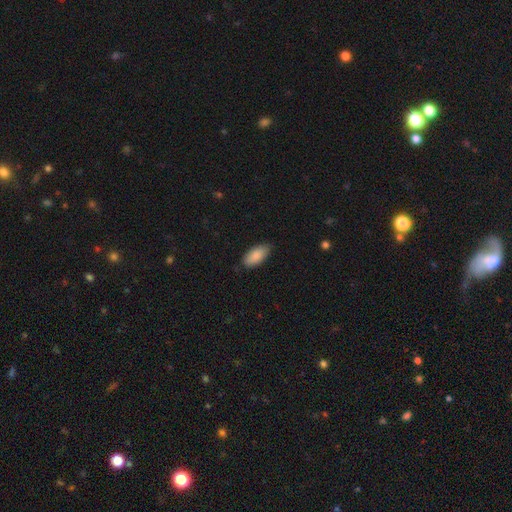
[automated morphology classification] A smooth galaxy with no disk features (88%) that is in between round and cigar-shaped (91%). Merging: none (79%).